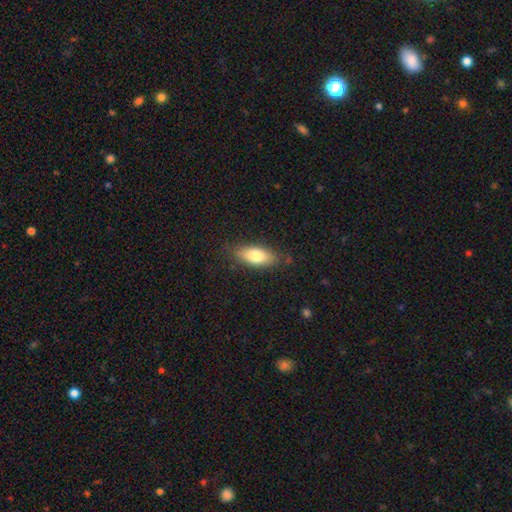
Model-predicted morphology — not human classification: Smooth or featured?
  - smooth: 77% *
  - featured or disk: 16%
  - star or artifact: 7%
How rounded?
  - in between: 81% *
  - cigar-shaped: 16%
  - round: 3%
Merging?
  - none: 81% *
  - minor disturbance: 14%
  - major disturbance: 3%
  - merger: 1%